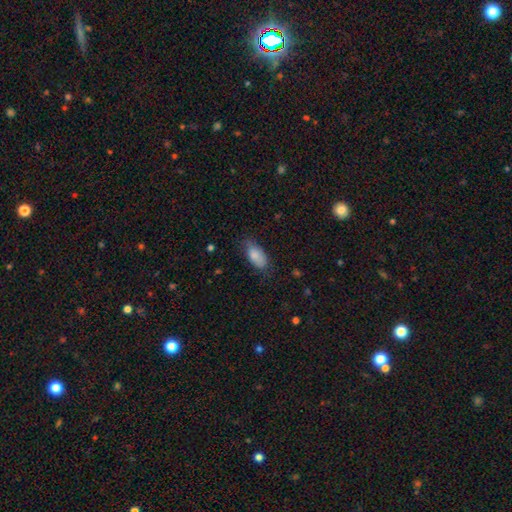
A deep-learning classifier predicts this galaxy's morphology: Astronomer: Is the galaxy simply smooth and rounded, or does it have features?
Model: smooth — 82%.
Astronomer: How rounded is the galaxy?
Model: in between — 92%.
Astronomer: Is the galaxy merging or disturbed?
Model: none — 66%.